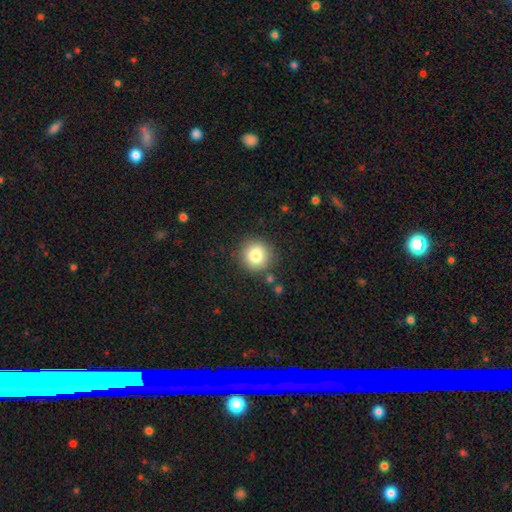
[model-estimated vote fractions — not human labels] This is clearly a smooth galaxy (81%). How rounded: clearly round (94%). Merging: clearly none (87%).